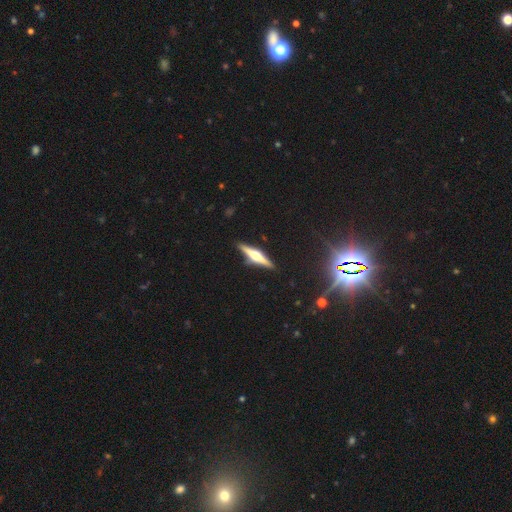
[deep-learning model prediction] Morphology: type=featured or disk (76%); edge-on=yes (98%); edge-on bulge=rounded (93%); merging=none (90%).